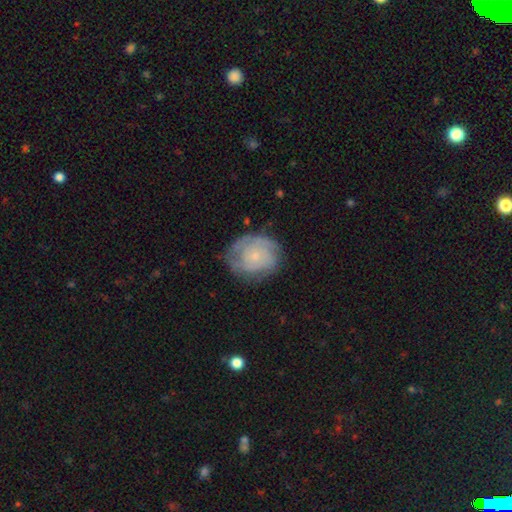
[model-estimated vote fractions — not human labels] Morphology: type=featured or disk (66%); edge-on=no (98%); bar=no (82%); spiral arms=yes (86%); winding=tight (63%); arm count=can't tell (41%); bulge=small (76%); merging=none (69%).